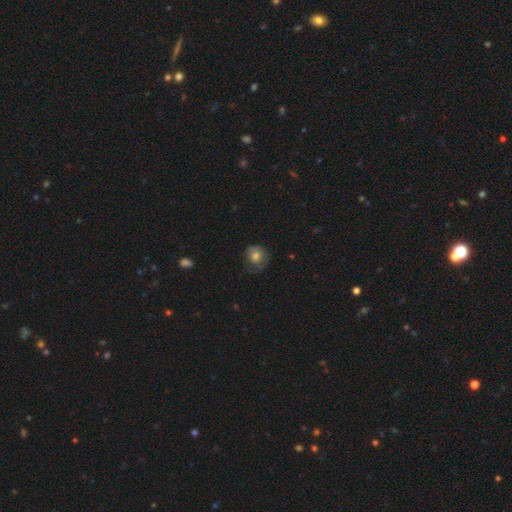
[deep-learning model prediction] The model was most divided on "merging": none: 53%, minor disturbance: 27%, major disturbance: 19%, merger: 1%. More confident: how rounded — round (77%); smooth or featured — smooth (69%).